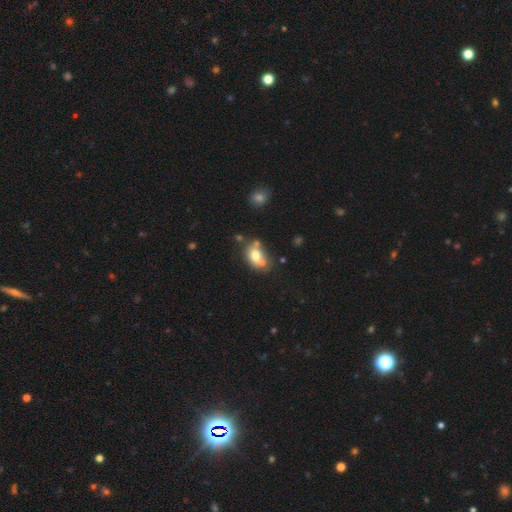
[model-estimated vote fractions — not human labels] Q: Smooth or featured?
A: smooth (68%); runner-up: featured or disk (22%)
Q: How rounded?
A: in between (76%); runner-up: round (23%)
Q: Merging?
A: none (37%); runner-up: merger (36%)